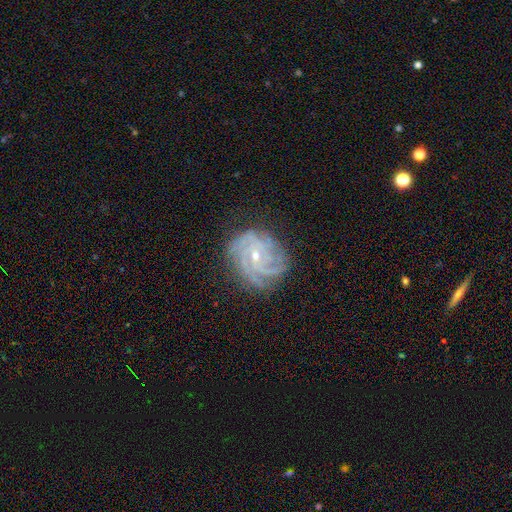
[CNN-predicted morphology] type=featured or disk (86%); edge-on=no (97%); bar=no (66%); spiral arms=yes (98%); winding=tight (69%); arm count=4 (30%); bulge=small (68%); merging=none (76%).